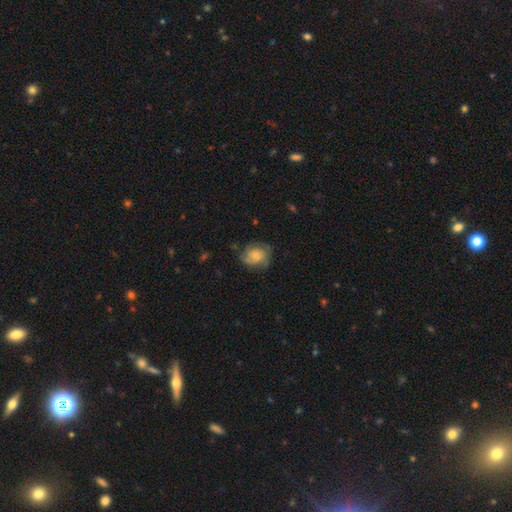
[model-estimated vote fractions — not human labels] smooth-or-featured: smooth: 55% | featured or disk: 38% | star or artifact: 7%
  how-rounded: round: 59% | in between: 39% | cigar-shaped: 1%
  merging: none: 61% | minor disturbance: 27% | major disturbance: 11% | merger: 1%